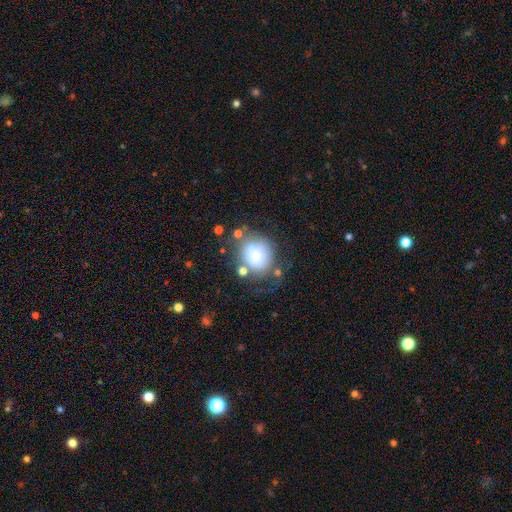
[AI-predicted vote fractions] This appears to be a smooth galaxy with no disk features (67%) that is round (70%). Merging: none (44%).